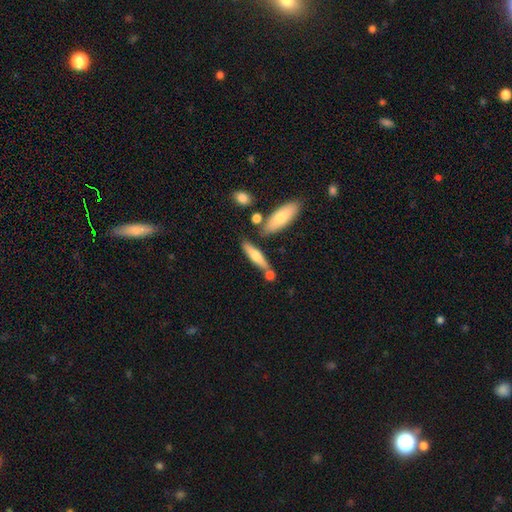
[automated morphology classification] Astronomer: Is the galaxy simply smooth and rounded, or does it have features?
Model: smooth — 59% (runner-up: featured or disk, 35%).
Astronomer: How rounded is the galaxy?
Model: cigar-shaped — 73%.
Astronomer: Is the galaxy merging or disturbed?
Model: none — 67%.